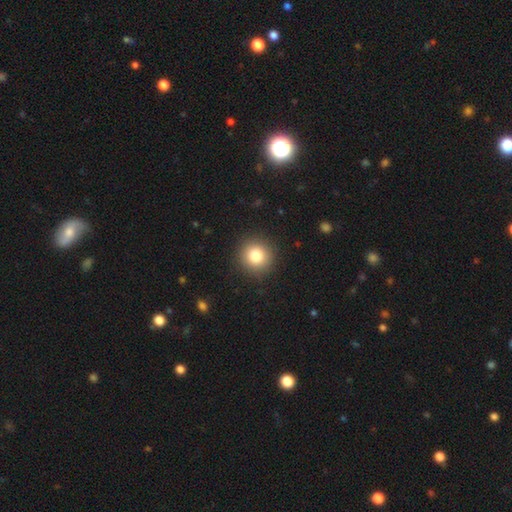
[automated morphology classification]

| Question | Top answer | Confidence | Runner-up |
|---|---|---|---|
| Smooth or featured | smooth | 82% | star or artifact (11%) |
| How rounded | round | 94% | in between (5%) |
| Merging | none | 91% | minor disturbance (6%) |